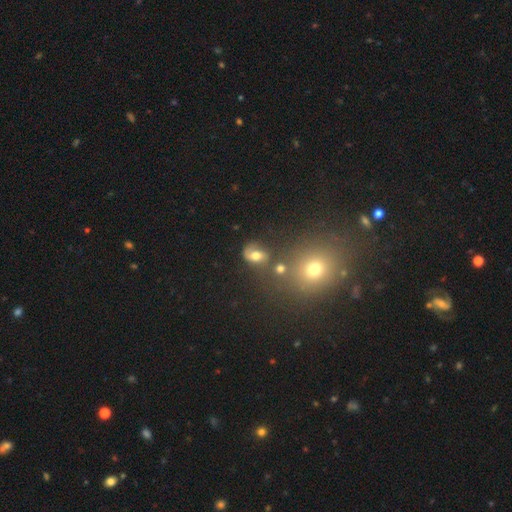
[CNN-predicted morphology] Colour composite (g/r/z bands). It shows a smooth galaxy with no disk features (52%) that is in between round and cigar-shaped (64%). Merging: none (55%).